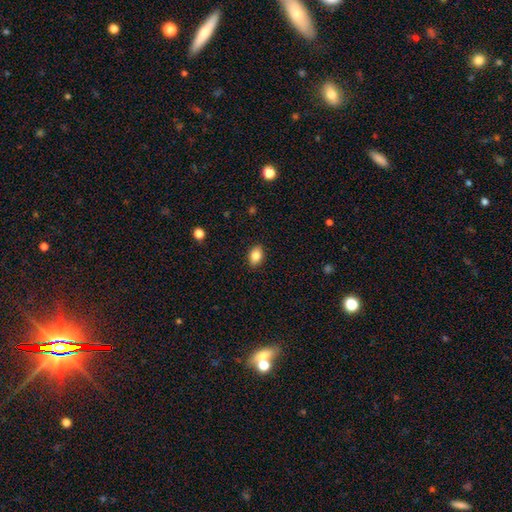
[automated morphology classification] smooth 84%, star or artifact 9%, featured or disk 8%. Down the decision tree: how rounded — in between (78%); merging — none (88%).